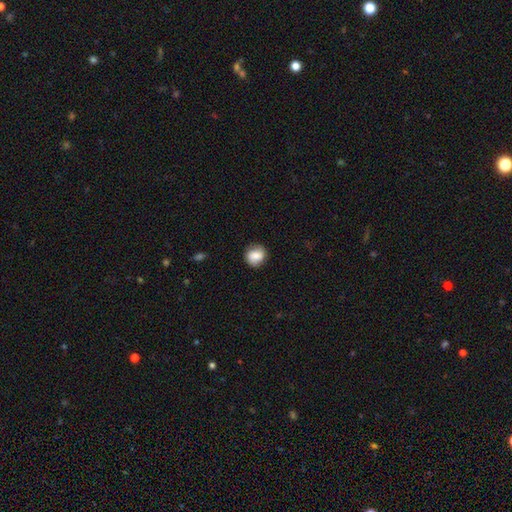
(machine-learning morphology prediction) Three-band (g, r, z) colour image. It shows a smooth galaxy with no disk features (76%) that is round (79%). Merging: none (82%).